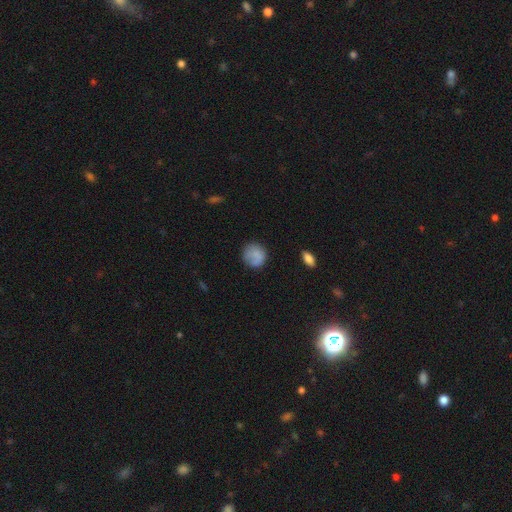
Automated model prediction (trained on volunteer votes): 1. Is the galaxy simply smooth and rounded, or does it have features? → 82% smooth, 10% featured or disk, 8% star or artifact.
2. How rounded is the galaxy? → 88% round, 11% in between, 1% cigar-shaped.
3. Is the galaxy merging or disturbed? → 71% none, 20% minor disturbance, 8% major disturbance, 2% merger.